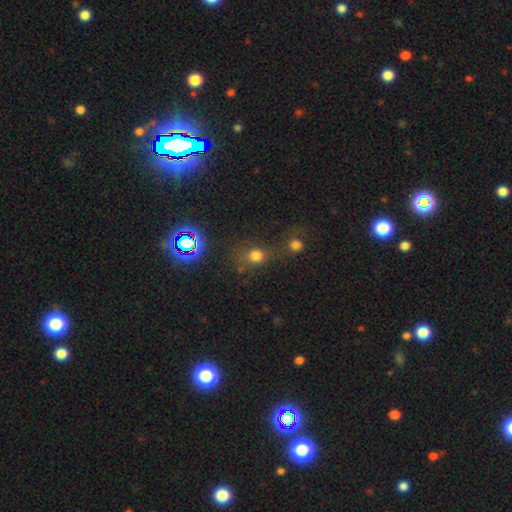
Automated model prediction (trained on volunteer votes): A smooth galaxy with no disk features (69%) that is round (74%). Merging: none (51%).